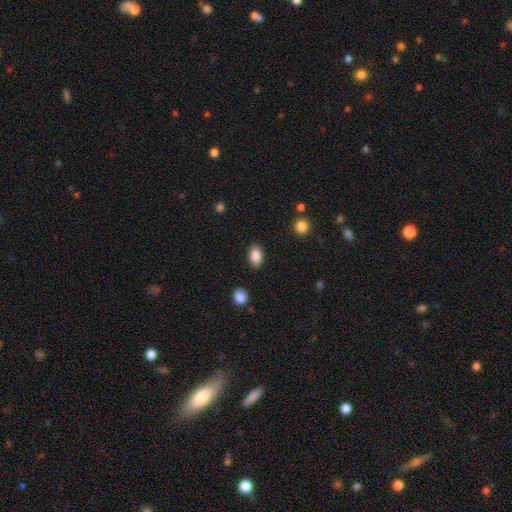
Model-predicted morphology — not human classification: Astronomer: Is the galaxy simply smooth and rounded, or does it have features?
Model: smooth — 87%.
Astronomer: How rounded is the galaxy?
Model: in between — 89%.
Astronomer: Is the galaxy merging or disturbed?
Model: none — 87%.